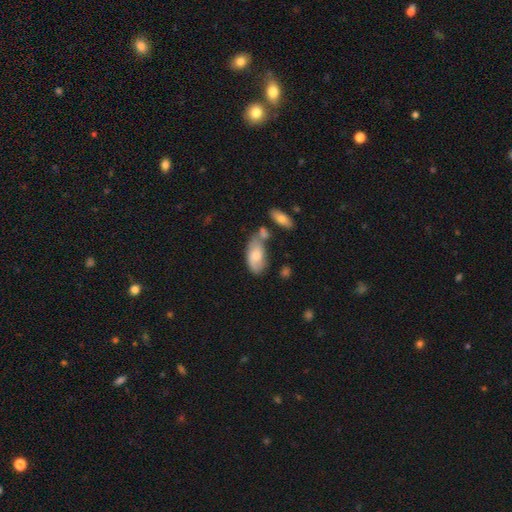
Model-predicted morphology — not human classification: Smooth or featured: smooth — 68% (featured or disk — 26%)
How rounded: in between — 92% (cigar-shaped — 5%)
Merging: none — 47% (minor disturbance — 26%)